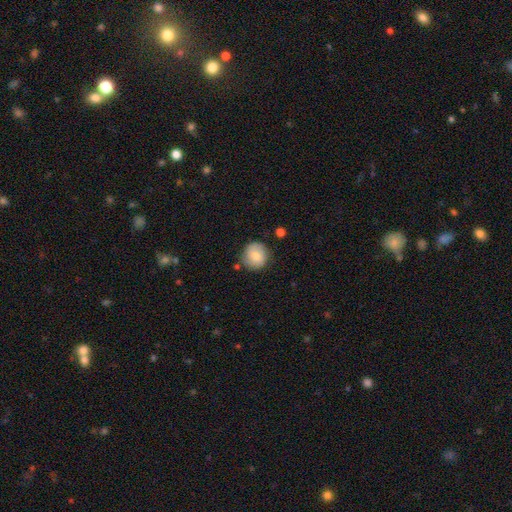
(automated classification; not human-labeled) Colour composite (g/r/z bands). It shows a smooth galaxy with no disk features (70%) that is round (88%). Merging: none (77%).